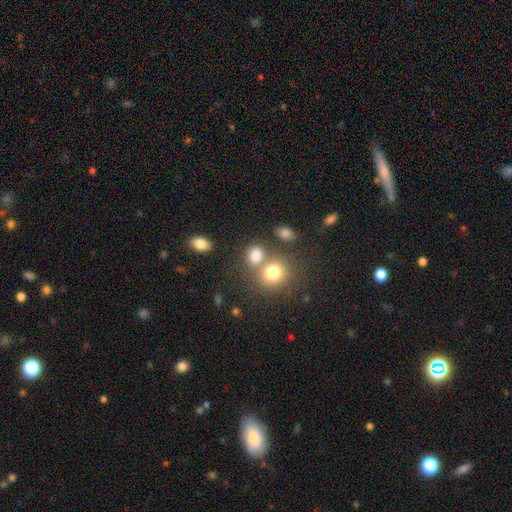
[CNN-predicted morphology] This appears to be a smooth galaxy with no disk features (79%) that is round (56%). Merging: none (53%).